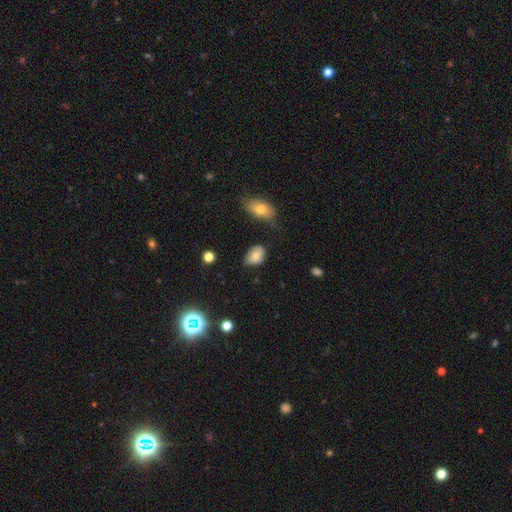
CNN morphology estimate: A smooth galaxy with no disk features (77%) that is in between round and cigar-shaped (77%). Merging: none (61%).